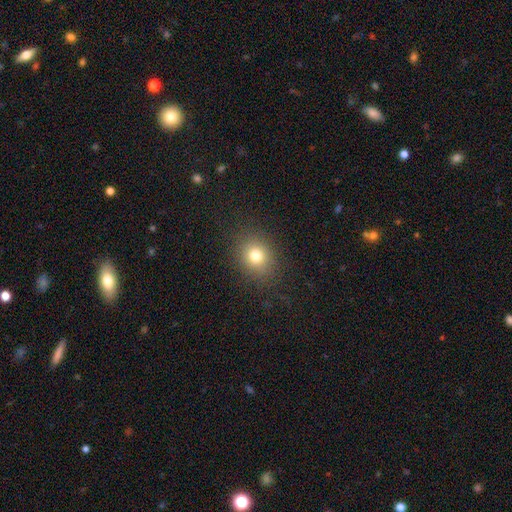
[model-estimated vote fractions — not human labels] Smooth or featured: smooth — 77% (star or artifact — 15%)
How rounded: round — 73% (in between — 26%)
Merging: none — 86% (minor disturbance — 9%)